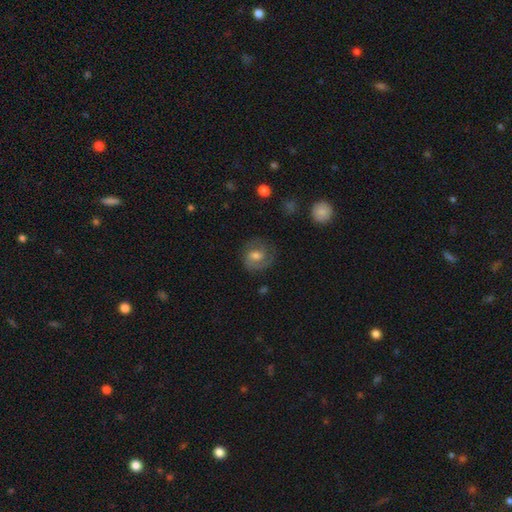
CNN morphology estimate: This appears to be a featured or disk galaxy (65%) with a weak bar (45%), 2 (71%) medium (44%) spiral arms (90%) and a moderate central bulge (61%). Merging: none (72%).